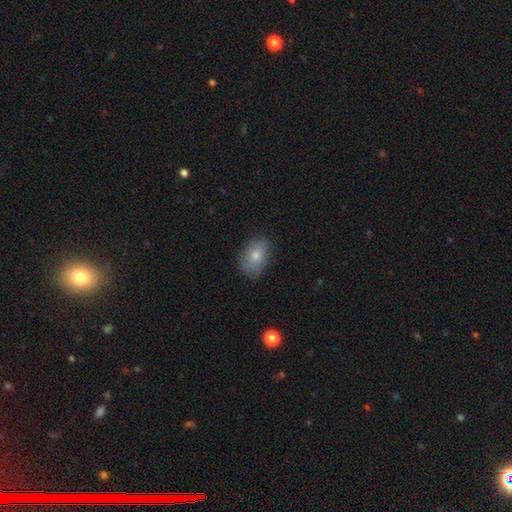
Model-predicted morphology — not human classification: Smooth or featured? Predicted: smooth (p=0.78). How rounded? Predicted: in between (p=0.83). Merging? Predicted: none (p=0.77).